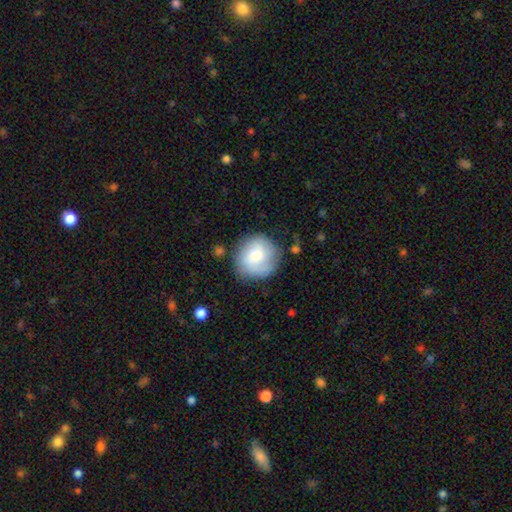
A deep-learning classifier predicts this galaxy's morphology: Smooth or featured: smooth — 60% (featured or disk — 32%)
How rounded: round — 89% (in between — 10%)
Merging: none — 70% (minor disturbance — 19%)